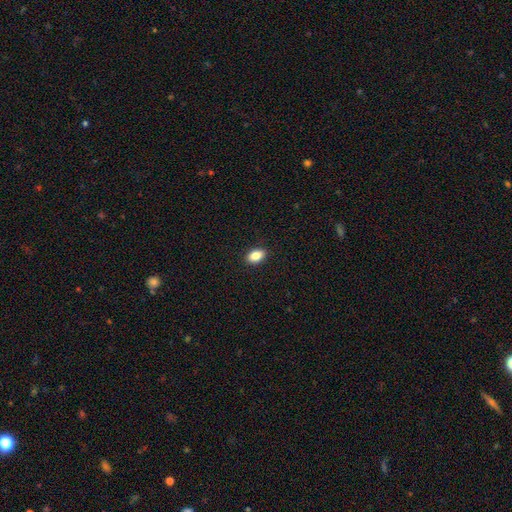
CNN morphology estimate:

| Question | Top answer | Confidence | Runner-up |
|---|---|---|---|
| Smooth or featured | smooth | 85% | star or artifact (8%) |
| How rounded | in between | 86% | round (12%) |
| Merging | none | 90% | minor disturbance (8%) |